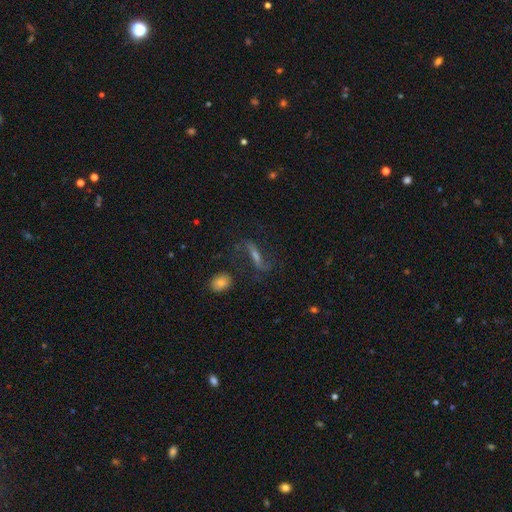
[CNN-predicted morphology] smooth-or-featured: featured or disk: 68% | smooth: 17% | star or artifact: 15%
  disk-edge-on: no: 75% | yes: 25%
    bar: strong: 47% | weak: 32% | no: 21%
    has-spiral-arms: yes: 87% | no: 13%
    bulge-size: small: 44% | moderate: 32% | none: 16% | large: 6% | dominant: 2%
  merging: none: 67% | minor disturbance: 15% | major disturbance: 14% | merger: 4%